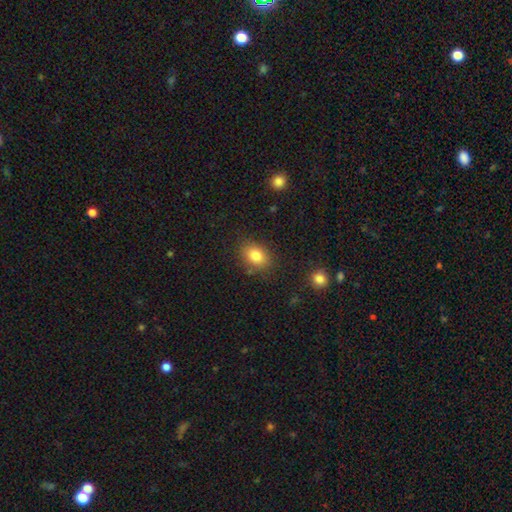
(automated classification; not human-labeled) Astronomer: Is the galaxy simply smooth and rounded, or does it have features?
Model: smooth — 83%.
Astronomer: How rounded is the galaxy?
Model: in between — 71%.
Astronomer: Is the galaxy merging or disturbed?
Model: none — 82%.